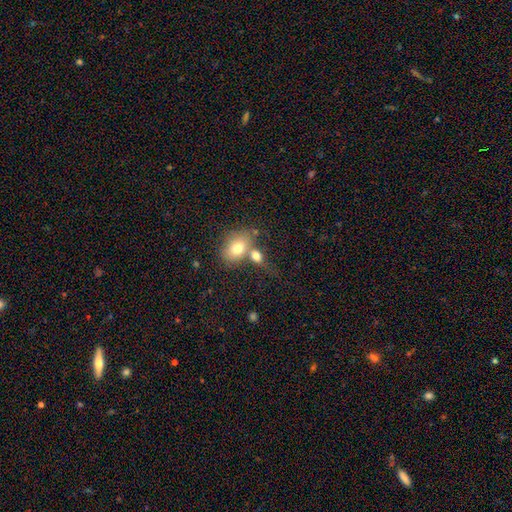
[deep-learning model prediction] Smooth or featured? smooth (73%)
How rounded? in between (70%)
Merging? none (43%)